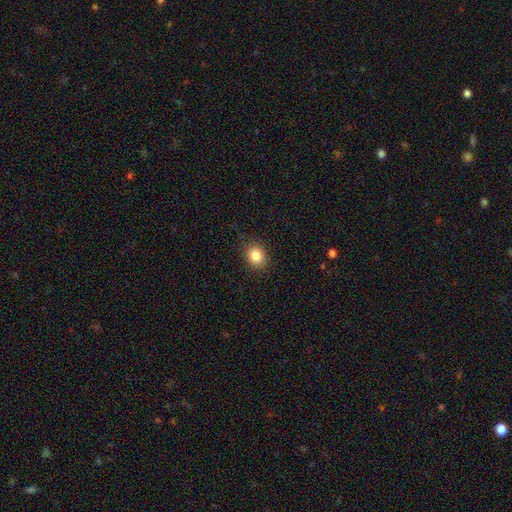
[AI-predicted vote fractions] Smooth or featured: smooth — 85% (star or artifact — 10%)
How rounded: round — 59% (in between — 40%)
Merging: none — 87% (minor disturbance — 9%)